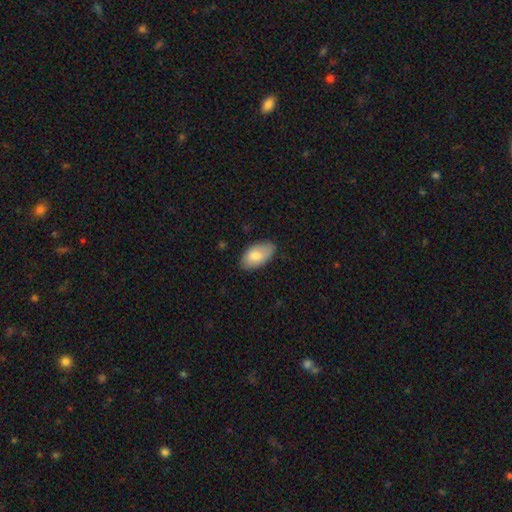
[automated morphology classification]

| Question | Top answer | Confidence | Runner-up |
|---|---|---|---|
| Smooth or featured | smooth | 81% | featured or disk (13%) |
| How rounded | in between | 95% | round (3%) |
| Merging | none | 80% | minor disturbance (17%) |